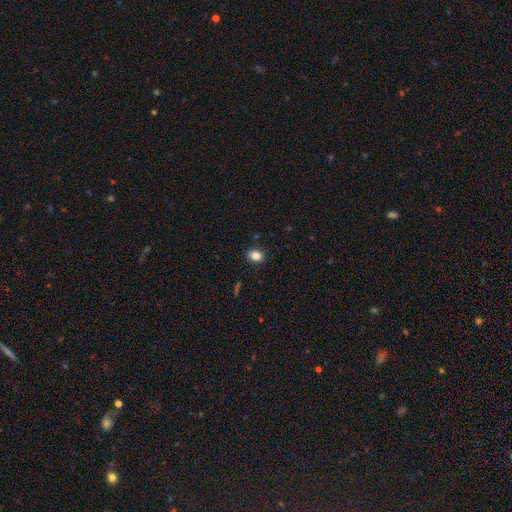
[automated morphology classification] Q: Smooth or featured?
A: smooth (84%); runner-up: star or artifact (10%)
Q: How rounded?
A: in between (58%); runner-up: round (41%)
Q: Merging?
A: none (88%); runner-up: minor disturbance (8%)